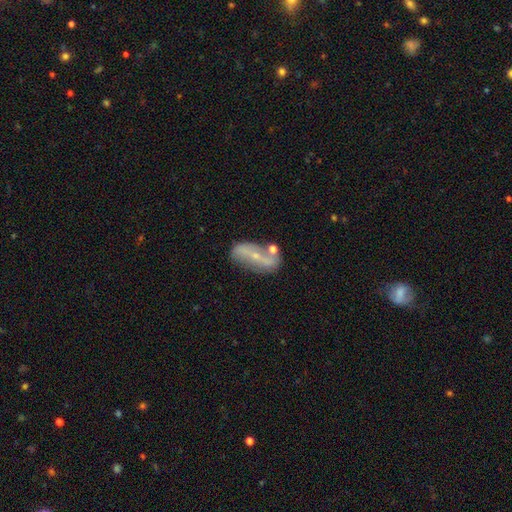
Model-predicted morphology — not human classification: featured or disk 67%, smooth 25%, star or artifact 8%. Down the decision tree: edge-on disk — no (86%); bar — no (39%); spiral arms — yes (67%); bulge size — small (73%); merging — none (56%).